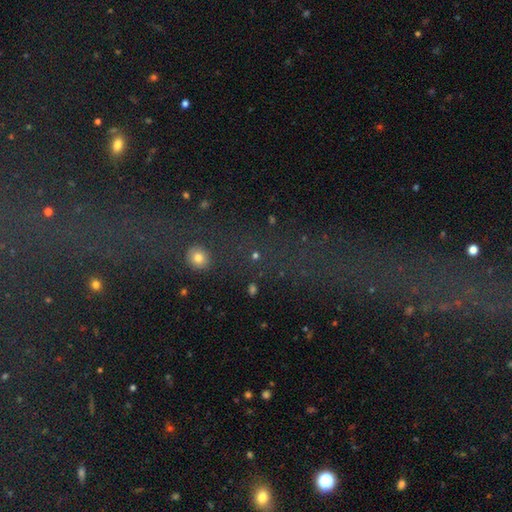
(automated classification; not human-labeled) A smooth galaxy with no disk features (53%) that is round (75%).

Vote fractions:
- Smooth or featured? smooth: 53% / star or artifact: 36% / featured or disk: 11%
- How rounded? round: 75% / in between: 21% / cigar-shaped: 4%
- Merging? none: 74% / major disturbance: 10% / minor disturbance: 9% / merger: 7%